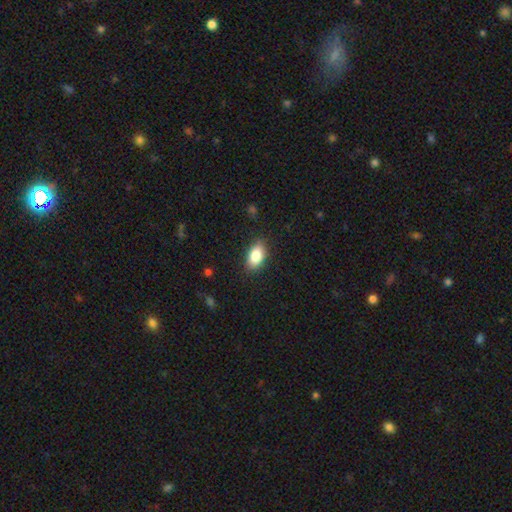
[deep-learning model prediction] smooth-or-featured: smooth: 85% | featured or disk: 8% | star or artifact: 7%
  how-rounded: in between: 91% | round: 6% | cigar-shaped: 3%
  merging: none: 85% | minor disturbance: 11% | major disturbance: 3% | merger: 1%